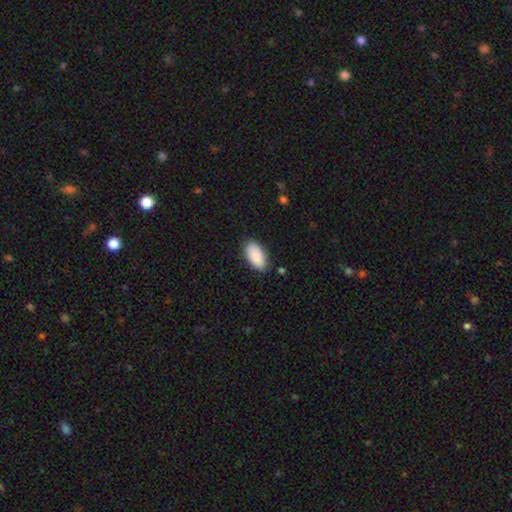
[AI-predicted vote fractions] Morphology: type=smooth (90%); roundness=in between (94%); merging=none (85%).